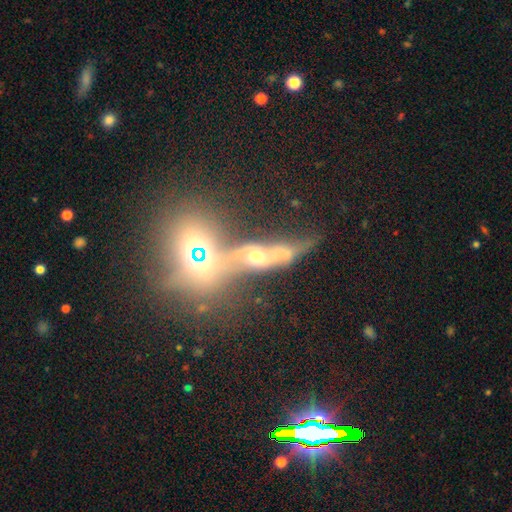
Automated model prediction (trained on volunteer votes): smooth-or-featured: featured or disk: 51% | smooth: 30% | star or artifact: 20%
  disk-edge-on: no: 63% | yes: 37%
  merging: merger: 36% (tied) | none: 36% (tied) | major disturbance: 14% | minor disturbance: 14%